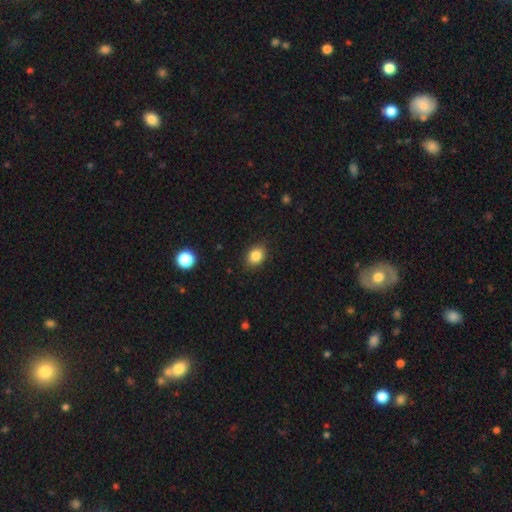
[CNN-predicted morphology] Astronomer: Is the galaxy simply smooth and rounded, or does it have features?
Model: smooth — 85%.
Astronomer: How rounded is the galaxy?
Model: in between — 59% (runner-up: round, 40%).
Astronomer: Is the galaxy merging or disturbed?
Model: none — 87%.